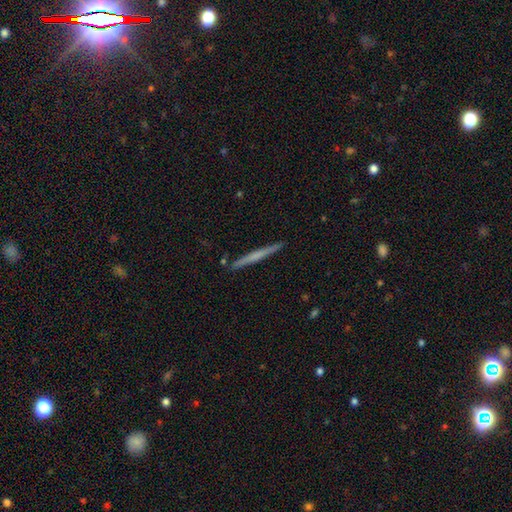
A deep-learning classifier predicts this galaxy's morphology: Smooth or featured? featured or disk (51%)
Edge-on disk? yes (98%)
Merging? none (91%)